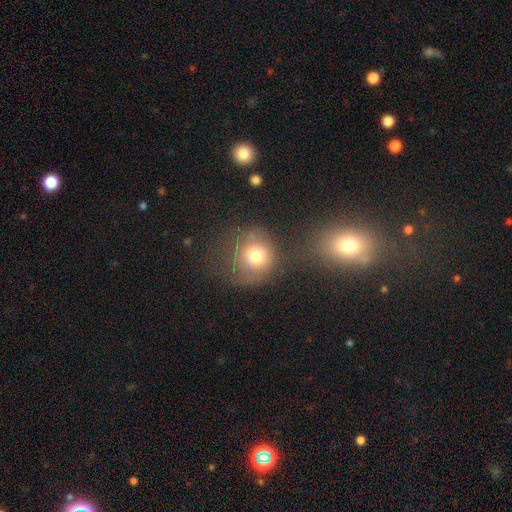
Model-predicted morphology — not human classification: A smooth galaxy with no disk features (72%) that is round (86%).

Vote fractions:
- Smooth or featured? smooth: 72% / featured or disk: 16% / star or artifact: 12%
- How rounded? round: 86% / in between: 13% / cigar-shaped: 1%
- Merging? none: 48% / minor disturbance: 19% / major disturbance: 19% / merger: 14%